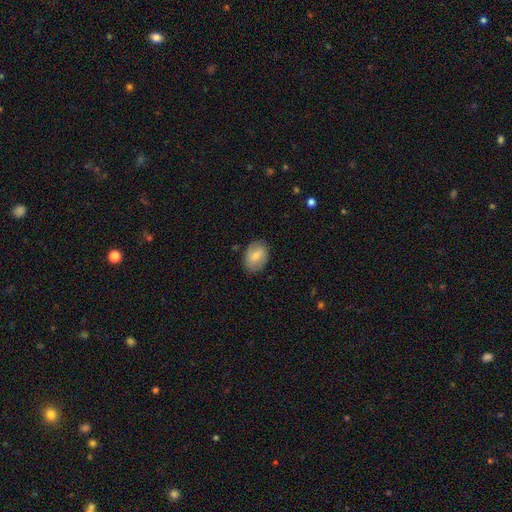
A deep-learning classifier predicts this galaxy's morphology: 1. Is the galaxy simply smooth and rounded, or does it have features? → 72% smooth, 22% featured or disk, 7% star or artifact.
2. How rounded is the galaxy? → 74% in between, 25% round, 1% cigar-shaped.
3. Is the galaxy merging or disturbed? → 80% none, 15% minor disturbance, 4% major disturbance, 1% merger.